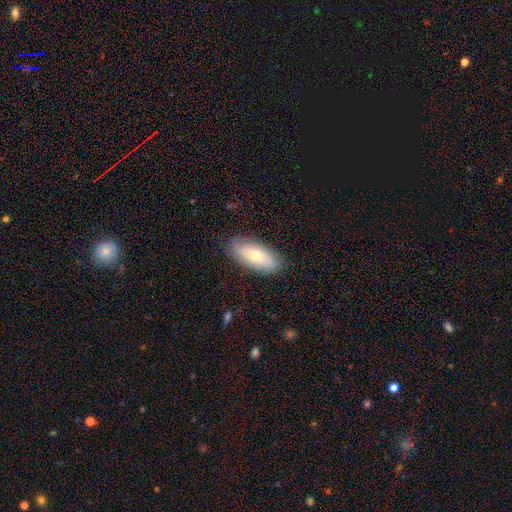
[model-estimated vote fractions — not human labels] smooth-or-featured: smooth: 63% | featured or disk: 31% | star or artifact: 6%
  how-rounded: in between: 85% | cigar-shaped: 13% | round: 2%
  merging: none: 82% | minor disturbance: 14% | major disturbance: 3% | merger: 1%